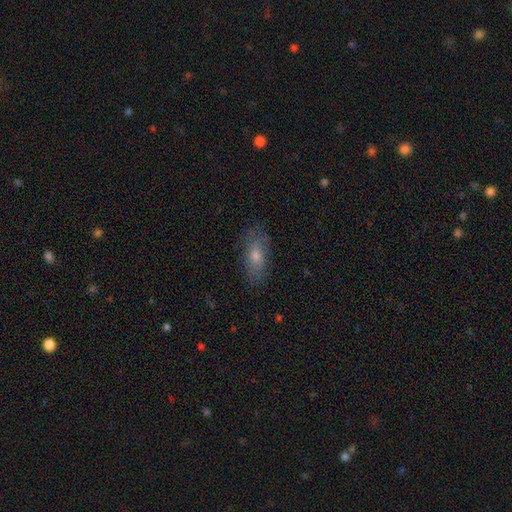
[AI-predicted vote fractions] Overall: smooth (61%; featured or disk 28%). How rounded: in between (77%). Merging: none (80%).